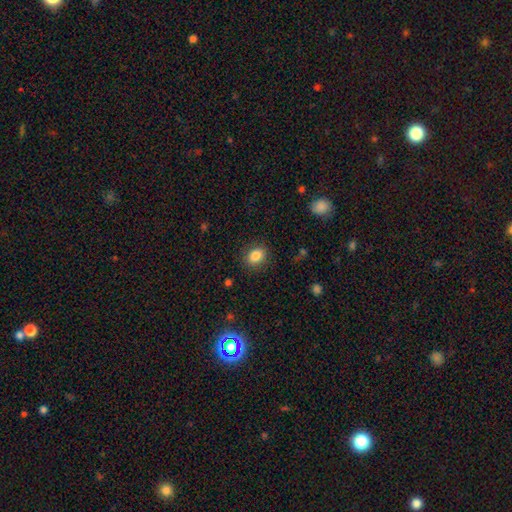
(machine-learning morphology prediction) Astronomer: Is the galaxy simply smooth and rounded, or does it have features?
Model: smooth — 85%.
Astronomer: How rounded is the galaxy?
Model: in between — 55% (runner-up: round, 44%).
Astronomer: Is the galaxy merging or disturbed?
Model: none — 87%.